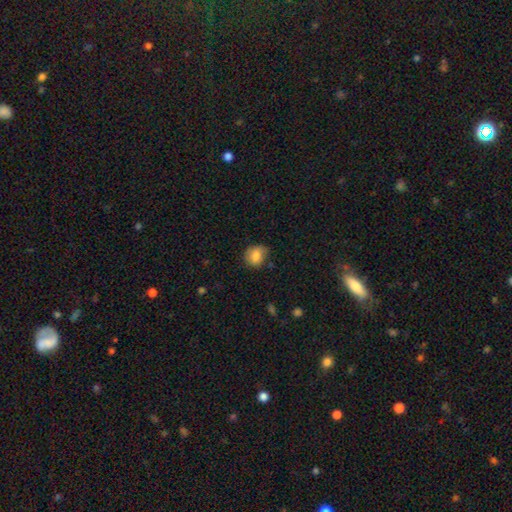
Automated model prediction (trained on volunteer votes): This is clearly a smooth galaxy (84%). How rounded: likely round (73%). Merging: likely none (72%).